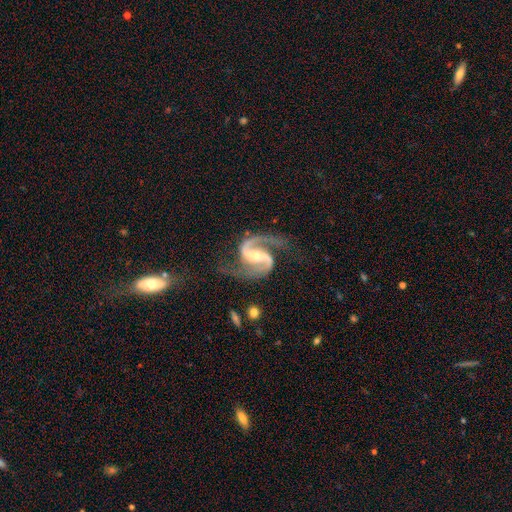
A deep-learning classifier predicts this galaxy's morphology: A featured or disk galaxy (94%) with a strong bar (46%), 2 (94%) medium (63%) spiral arms (99%) and a moderate central bulge (53%).

Vote fractions:
- Smooth or featured? featured or disk: 94% / star or artifact: 4% / smooth: 2%
- Edge-on disk? no: 98% / yes: 2%
- Bar? strong: 46% / weak: 38% / no: 16%
- Spiral arms? yes: 99% / no: 1%
- Spiral winding? medium: 63% / loose: 24% / tight: 12%
- Spiral arm count? 2: 94% / 1: 1% / can't tell: 1% / 3: 1% / 4: 1% / more than 4: 1%
- Bulge size? moderate: 53% / small: 38% / large: 5% / none: 3% / dominant: 1%
- Merging? none: 72% / minor disturbance: 16% / major disturbance: 10% / merger: 2%